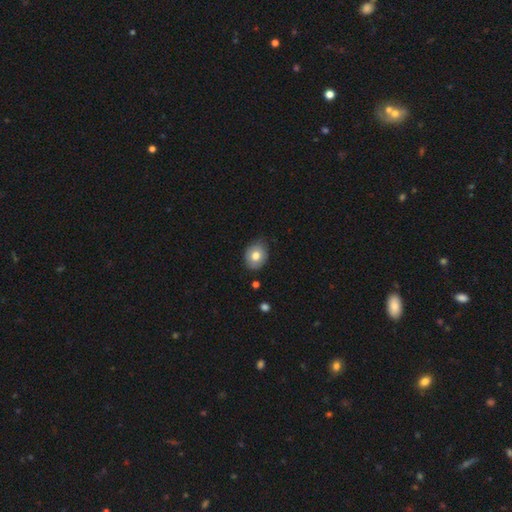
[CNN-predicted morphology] Q: Smooth or featured?
A: smooth (77%); runner-up: featured or disk (14%)
Q: How rounded?
A: round (51%); runner-up: in between (48%)
Q: Merging?
A: none (77%); runner-up: minor disturbance (19%)